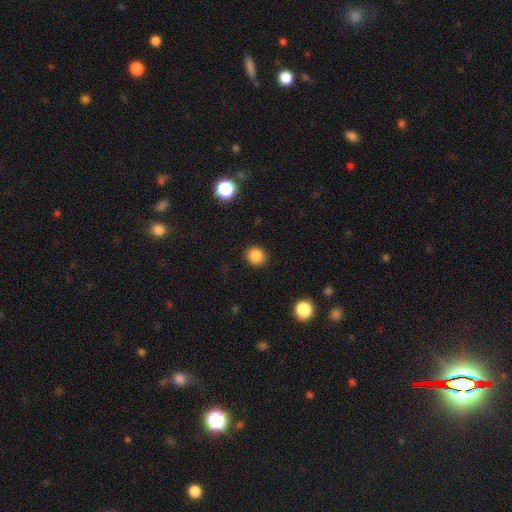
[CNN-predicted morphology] Smooth or featured?
  - smooth: 86% *
  - star or artifact: 11%
  - featured or disk: 3%
How rounded?
  - round: 88% *
  - in between: 11%
  - cigar-shaped: 1%
Merging?
  - none: 91% *
  - minor disturbance: 6%
  - major disturbance: 2%
  - merger: 1%